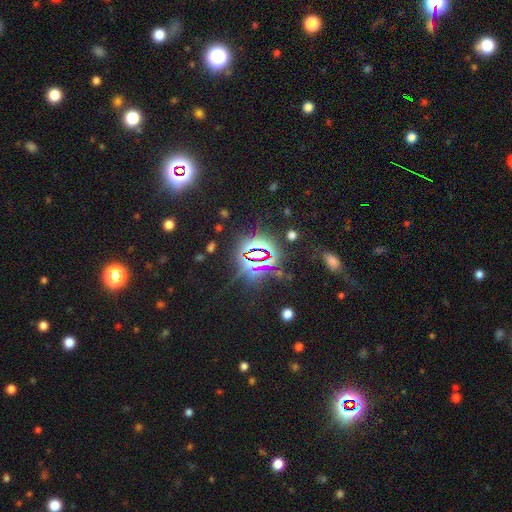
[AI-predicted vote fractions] This appears to be a star or artifact, not a galaxy (82%).